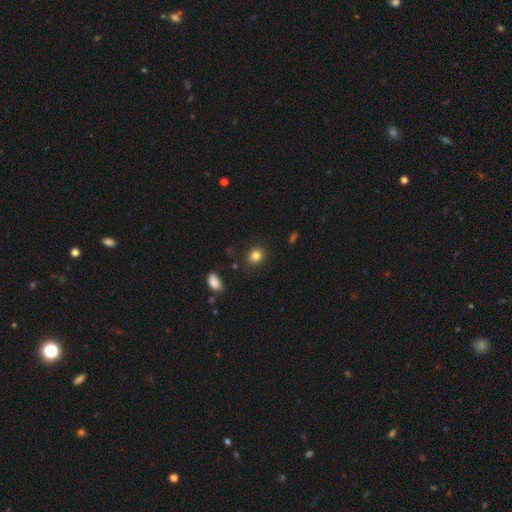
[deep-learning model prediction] A smooth galaxy with no disk features (84%) that is round (82%).

Vote fractions:
- Smooth or featured? smooth: 84% / star or artifact: 11% / featured or disk: 5%
- How rounded? round: 82% / in between: 17% / cigar-shaped: 1%
- Merging? none: 89% / minor disturbance: 7% / major disturbance: 2% / merger: 2%